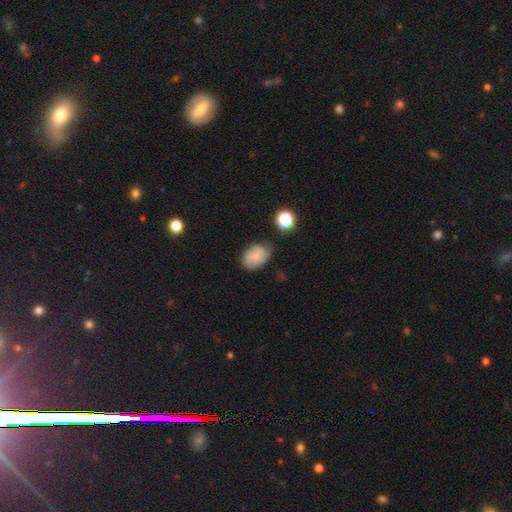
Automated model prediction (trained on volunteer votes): smooth_or_featured: smooth (p=0.69) [alt: featured or disk p=0.20]
how_rounded: in between (p=0.75) [alt: round p=0.24]
merging: none (p=0.61) [alt: minor disturbance p=0.28]